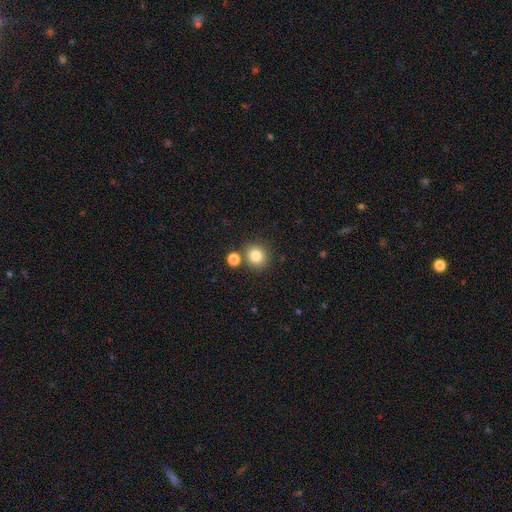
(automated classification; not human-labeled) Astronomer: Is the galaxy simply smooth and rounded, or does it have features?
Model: smooth — 82%.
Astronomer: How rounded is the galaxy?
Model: round — 89%.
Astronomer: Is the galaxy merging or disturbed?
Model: none — 77%.